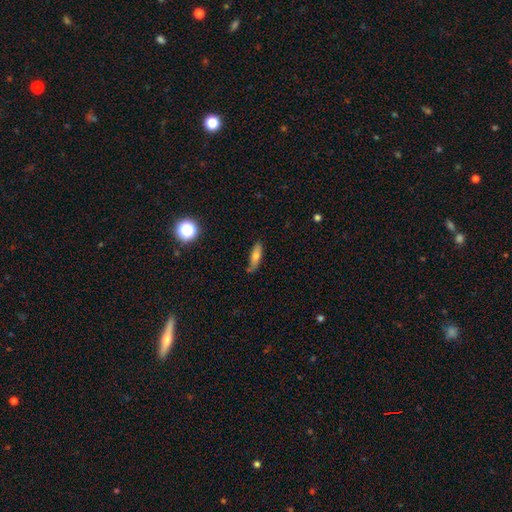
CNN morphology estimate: Smooth or featured?
  - smooth: 71% *
  - featured or disk: 21%
  - star or artifact: 8%
How rounded?
  - cigar-shaped: 51% *
  - in between: 46%
  - round: 3%
Merging?
  - none: 70% *
  - minor disturbance: 22%
  - major disturbance: 4%
  - merger: 3%